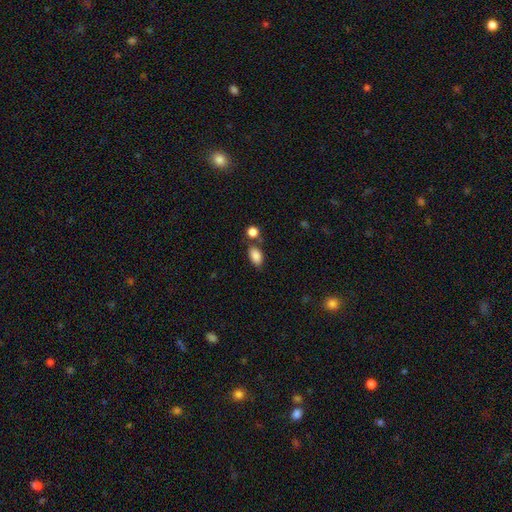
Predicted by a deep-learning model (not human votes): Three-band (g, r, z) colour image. It shows a smooth galaxy with no disk features (86%) that is in between round and cigar-shaped (90%). Merging: none (63%).